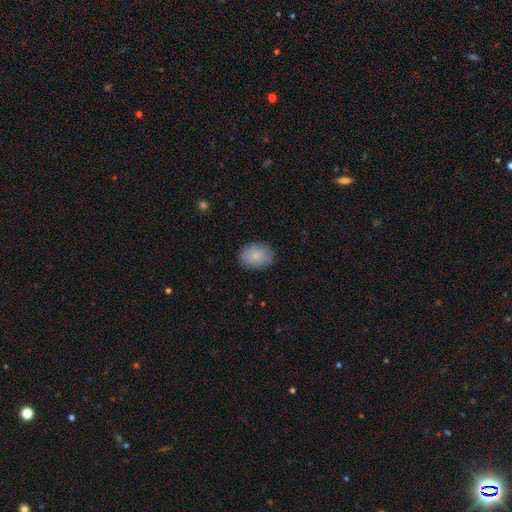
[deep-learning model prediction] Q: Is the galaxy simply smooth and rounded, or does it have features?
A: smooth — 83%.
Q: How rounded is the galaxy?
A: in between — 60%.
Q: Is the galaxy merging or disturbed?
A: none — 85%.